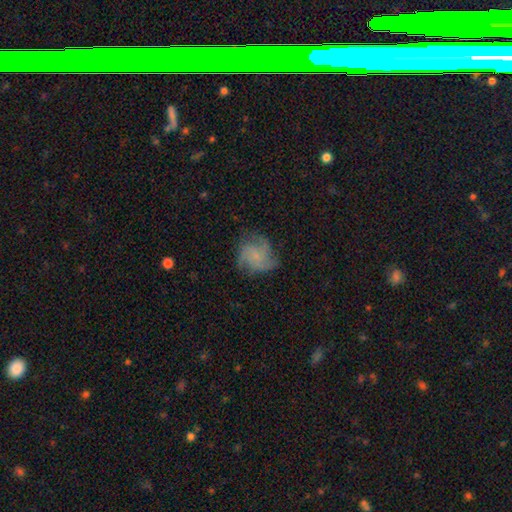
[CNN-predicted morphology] A featured or disk galaxy (62%) with no bar (76%), 3 (34%) medium (46%) spiral arms (90%) and a small central bulge (51%).

Vote fractions:
- Smooth or featured? featured or disk: 62% / smooth: 28% / star or artifact: 10%
- Edge-on disk? no: 98% / yes: 2%
- Bar? no: 76% / weak: 21% / strong: 3%
- Spiral arms? yes: 90% / no: 10%
- Spiral winding? medium: 46% / tight: 29% / loose: 24%
- Spiral arm count? 3: 34% / 4: 24% / can't tell: 20% / 2: 10% / more than 4: 6% / 1: 6%
- Bulge size? small: 51% / none: 35% / moderate: 11% / large: 2% / dominant: 1%
- Merging? none: 67% / minor disturbance: 20% / major disturbance: 11% / merger: 1%